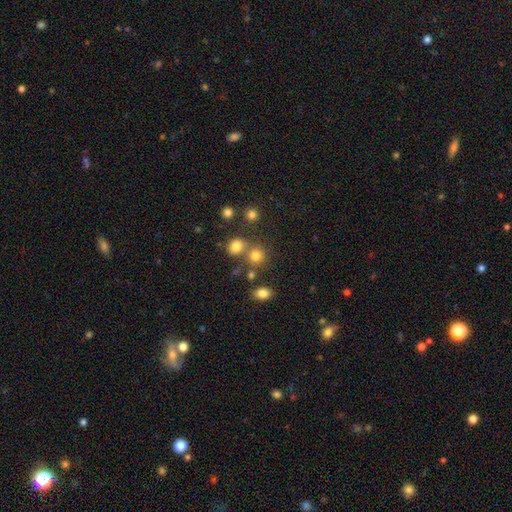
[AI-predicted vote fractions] A smooth galaxy with no disk features (78%) that is round (84%).

Vote fractions:
- Smooth or featured? smooth: 78% / star or artifact: 15% / featured or disk: 7%
- How rounded? round: 84% / in between: 15% / cigar-shaped: 1%
- Merging? none: 63% / merger: 24% / minor disturbance: 9% / major disturbance: 4%